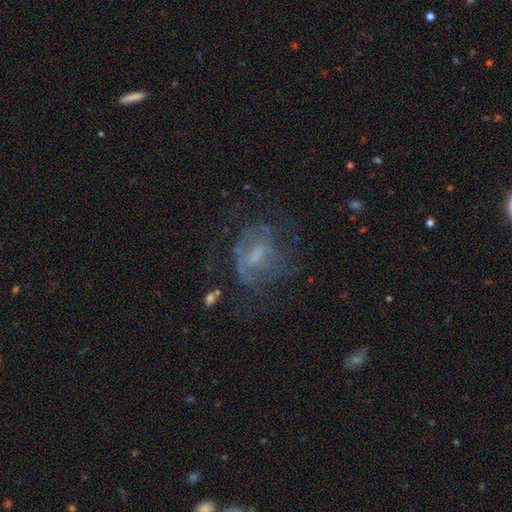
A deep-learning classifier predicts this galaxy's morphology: A featured or disk galaxy (59%) with a weak bar (45%), no spiral arms (54%) and no central bulge (33%).

Vote fractions:
- Smooth or featured? featured or disk: 59% / smooth: 26% / star or artifact: 15%
- Edge-on disk? no: 96% / yes: 4%
- Bar? weak: 45% / no: 40% / strong: 15%
- Spiral arms? no: 54% / yes: 46%
- Bulge size? none: 33% / small: 32% / moderate: 29% / large: 5% / dominant: 1%
- Merging? none: 47% / major disturbance: 31% / minor disturbance: 19% / merger: 3%